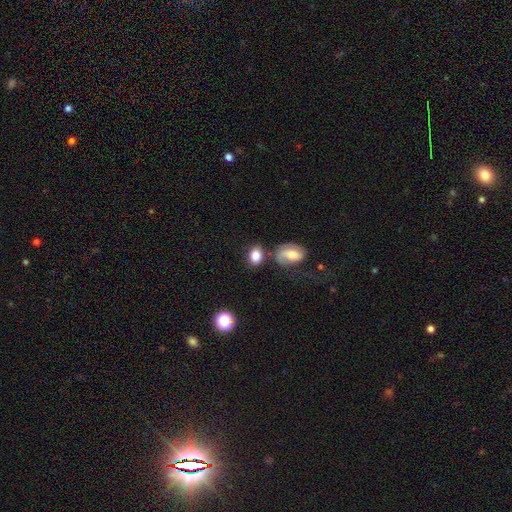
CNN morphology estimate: type=smooth (81%); roundness=in between (65%); merging=none (65%).